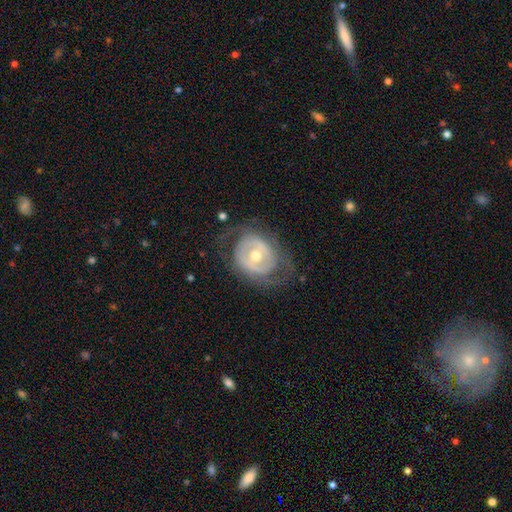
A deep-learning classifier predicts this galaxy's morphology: smooth-or-featured: featured or disk: 73% | smooth: 21% | star or artifact: 6%
  disk-edge-on: no: 96% | yes: 4%
    bar: no: 49% | weak: 34% | strong: 17%
    has-spiral-arms: yes: 50% (tied) | no: 50% (tied)
    bulge-size: moderate: 68% | small: 26% | large: 4% | none: 1% | dominant: 1%
  merging: none: 66% | minor disturbance: 18% | major disturbance: 15% | merger: 1%